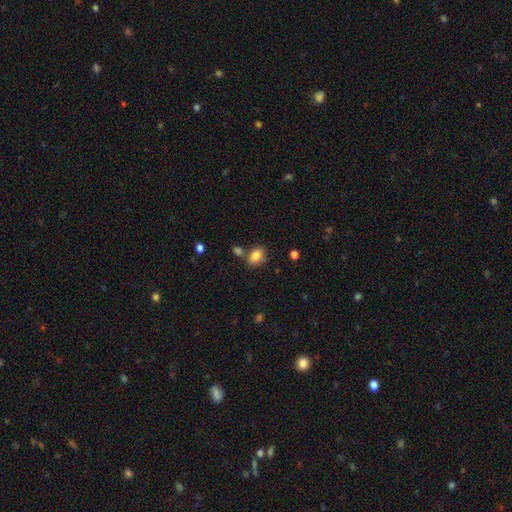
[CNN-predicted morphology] The model was most divided on "how rounded": in between: 72%, round: 27%, cigar-shaped: 1%. More confident: smooth or featured — smooth (85%); merging — none (63%).